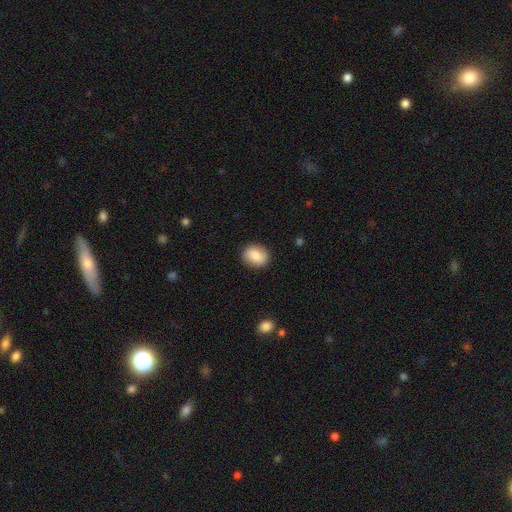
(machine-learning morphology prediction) A smooth galaxy with no disk features (81%) that is round (60%).

Vote fractions:
- Smooth or featured? smooth: 81% / featured or disk: 12% / star or artifact: 7%
- How rounded? round: 60% / in between: 39% / cigar-shaped: 1%
- Merging? none: 88% / minor disturbance: 9% / major disturbance: 2% / merger: 1%